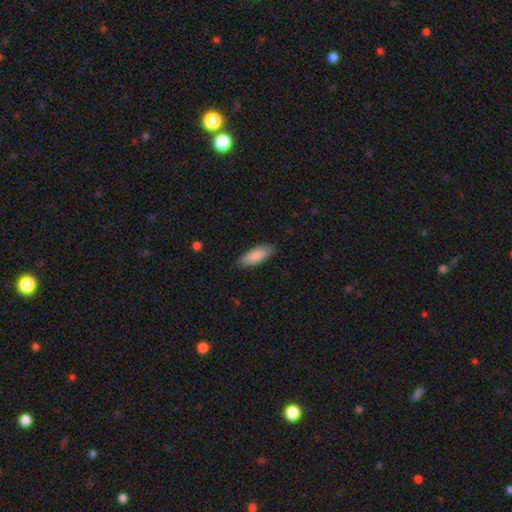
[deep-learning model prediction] Smooth or featured? smooth (87%)
How rounded? in between (71%)
Merging? none (86%)